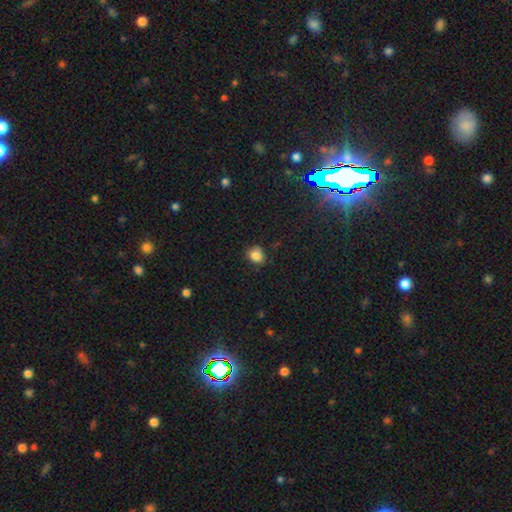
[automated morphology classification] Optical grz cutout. It shows a smooth galaxy with no disk features (84%) that is round (63%). Merging: none (76%).